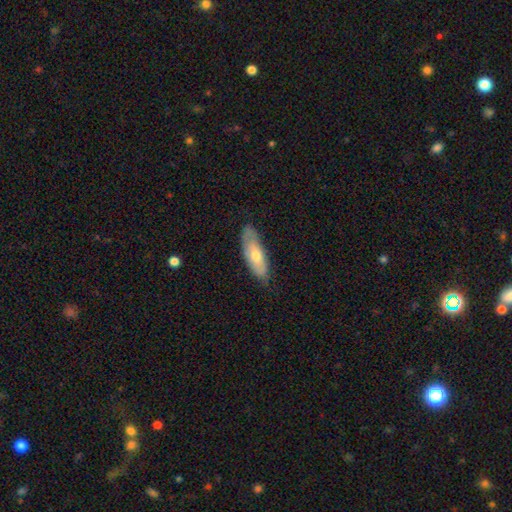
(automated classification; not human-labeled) Overall: smooth (61%; featured or disk 33%). How rounded: in between (67%; cigar-shaped 31%). Merging: none (72%).